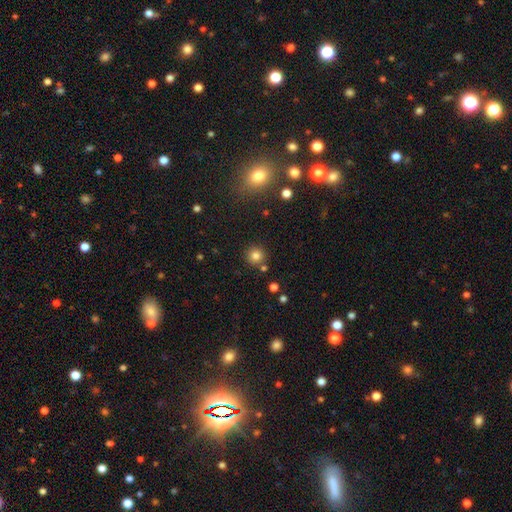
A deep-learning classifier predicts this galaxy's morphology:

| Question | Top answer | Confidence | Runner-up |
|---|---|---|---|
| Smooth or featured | smooth | 79% | star or artifact (14%) |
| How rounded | round | 94% | in between (5%) |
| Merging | none | 83% | minor disturbance (7%) |